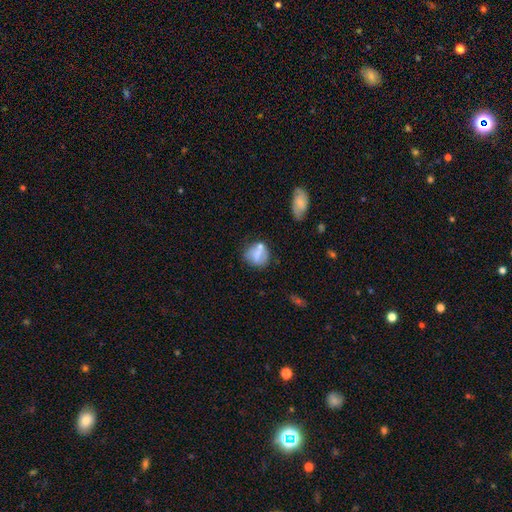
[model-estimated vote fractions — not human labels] This appears to be a smooth galaxy with no disk features (64%) that is round (66%). Merging: none (56%).